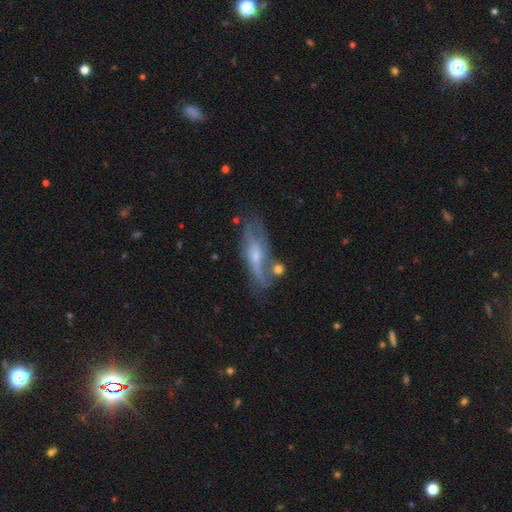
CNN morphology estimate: Smooth or featured? Predicted: featured or disk (p=0.63). Edge-on disk? Predicted: no (p=0.54). Merging? Predicted: none (p=0.58).